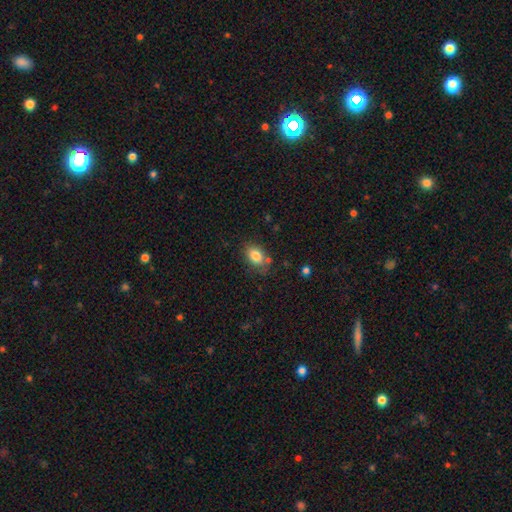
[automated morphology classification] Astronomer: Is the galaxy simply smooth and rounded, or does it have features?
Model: smooth — 83%.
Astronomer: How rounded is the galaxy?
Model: in between — 79%.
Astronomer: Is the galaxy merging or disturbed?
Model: none — 72%.